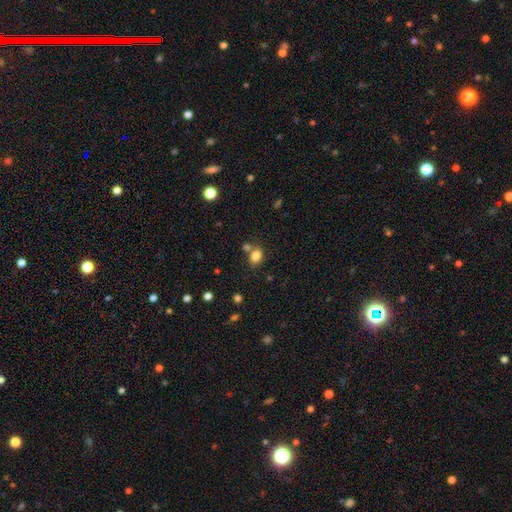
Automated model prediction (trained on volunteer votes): Smooth or featured? smooth (82%)
How rounded? in between (65%)
Merging? none (61%)